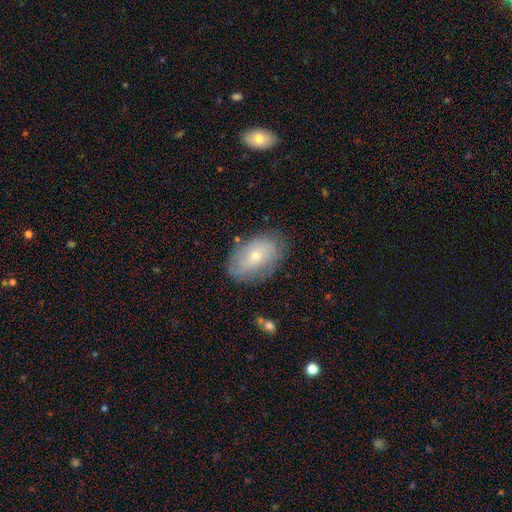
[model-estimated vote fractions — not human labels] smooth-or-featured: smooth: 48% | featured or disk: 43% | star or artifact: 8%
  merging: none: 78% | minor disturbance: 16% | major disturbance: 5% | merger: 2%